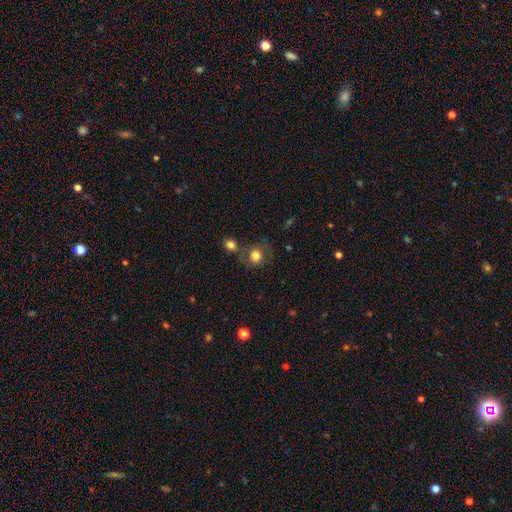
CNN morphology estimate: This is likely a smooth galaxy (76%). How rounded: clearly round (81%). Merging: possibly none (57%).